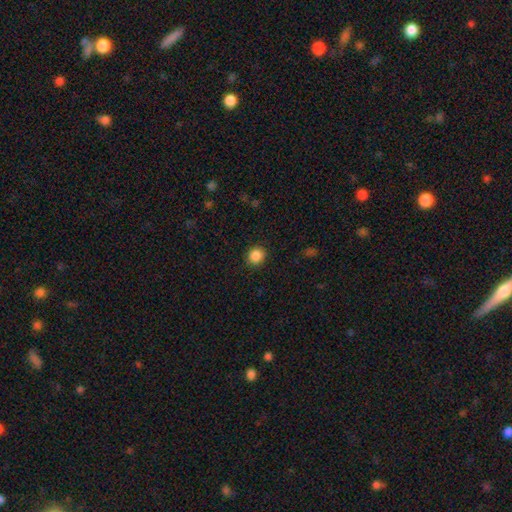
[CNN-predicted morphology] Smooth or featured: smooth — 87% (star or artifact — 10%)
How rounded: round — 83% (in between — 16%)
Merging: none — 89% (minor disturbance — 8%)